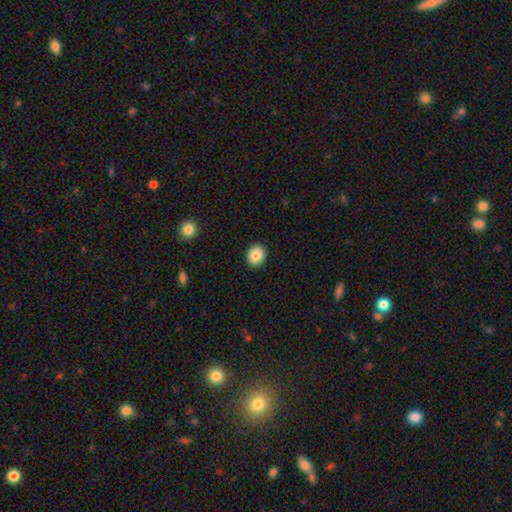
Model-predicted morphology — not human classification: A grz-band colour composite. It shows a smooth galaxy with no disk features (86%) that is round (65%). Merging: none (91%).